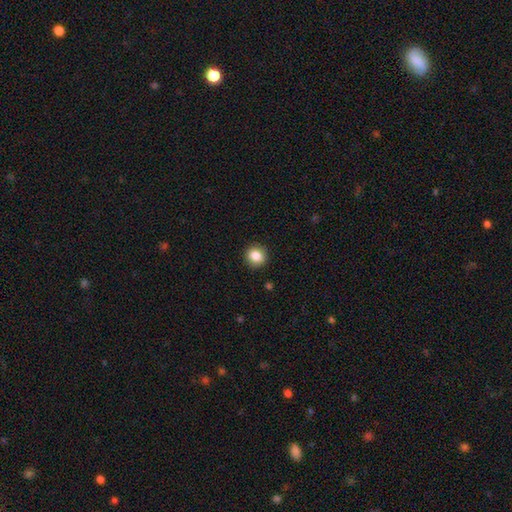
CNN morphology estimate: smooth-or-featured: smooth: 85% | star or artifact: 10% | featured or disk: 5%
  how-rounded: round: 88% | in between: 11% | cigar-shaped: 1%
  merging: none: 92% | minor disturbance: 6% | major disturbance: 2% | merger: 1%